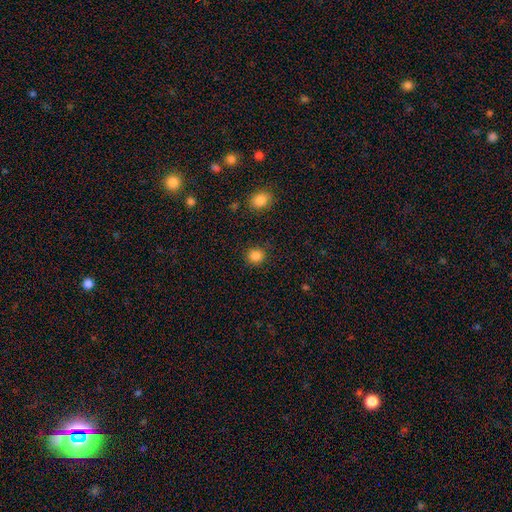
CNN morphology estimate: smooth_or_featured: smooth (p=0.85) [alt: star or artifact p=0.11]
how_rounded: round (p=0.87) [alt: in between p=0.12]
merging: none (p=0.87) [alt: minor disturbance p=0.08]